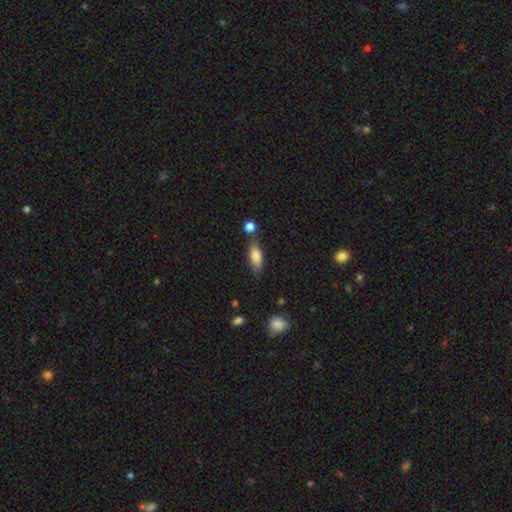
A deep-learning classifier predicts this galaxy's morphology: type=smooth (75%); roundness=in between (66%); merging=none (65%).